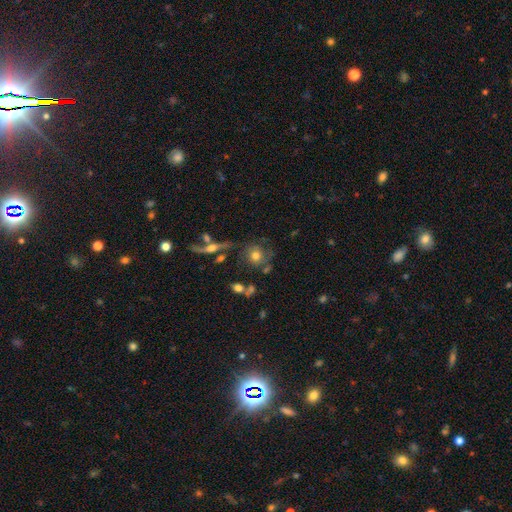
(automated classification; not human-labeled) The model was most divided on "smooth or featured": smooth: 59%, featured or disk: 29%, star or artifact: 12%. More confident: how rounded — round (85%); merging — none (64%).